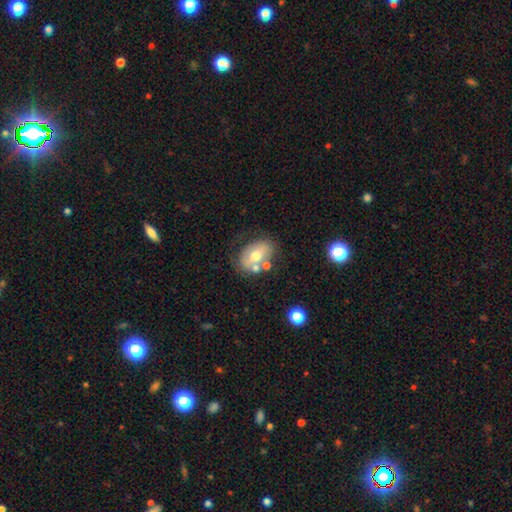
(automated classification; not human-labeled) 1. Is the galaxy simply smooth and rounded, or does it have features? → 55% smooth, 37% featured or disk, 9% star or artifact.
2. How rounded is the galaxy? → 81% in between, 18% round, 1% cigar-shaped.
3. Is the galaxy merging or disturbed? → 59% none, 19% minor disturbance, 14% merger, 8% major disturbance.